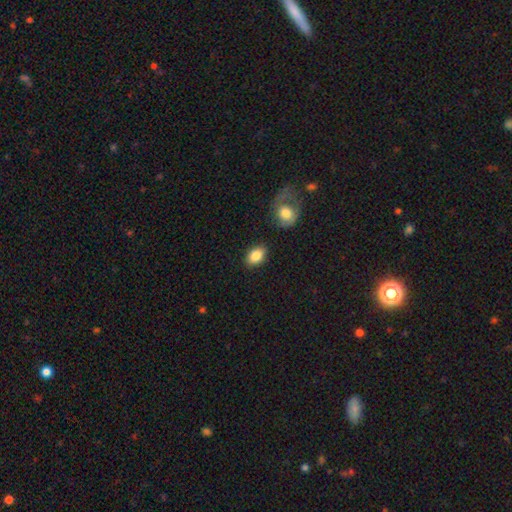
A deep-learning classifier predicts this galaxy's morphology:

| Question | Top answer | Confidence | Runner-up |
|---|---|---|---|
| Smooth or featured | smooth | 86% | star or artifact (7%) |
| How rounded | in between | 85% | round (14%) |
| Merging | none | 84% | minor disturbance (10%) |